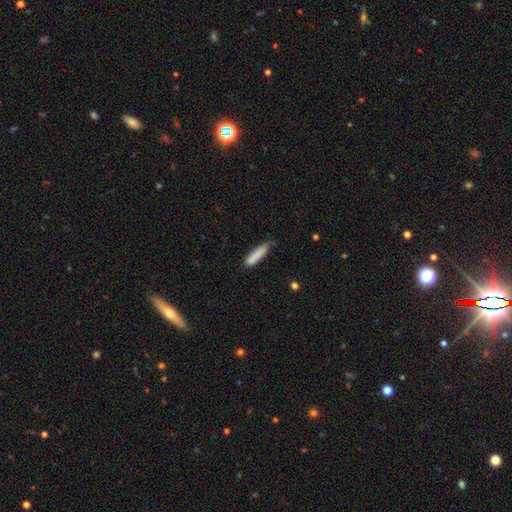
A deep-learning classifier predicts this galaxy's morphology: Smooth or featured? Predicted: smooth (p=0.84). How rounded? Predicted: cigar-shaped (p=0.79). Merging? Predicted: none (p=0.61).